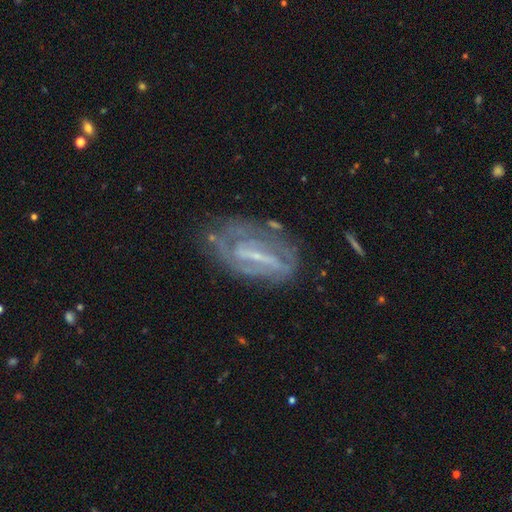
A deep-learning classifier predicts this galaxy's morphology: This appears to be a featured or disk galaxy (80%) with a strong bar (51%), 2 (42%) tight (49%) spiral arms (79%) and a small central bulge (60%). Merging: none (60%).